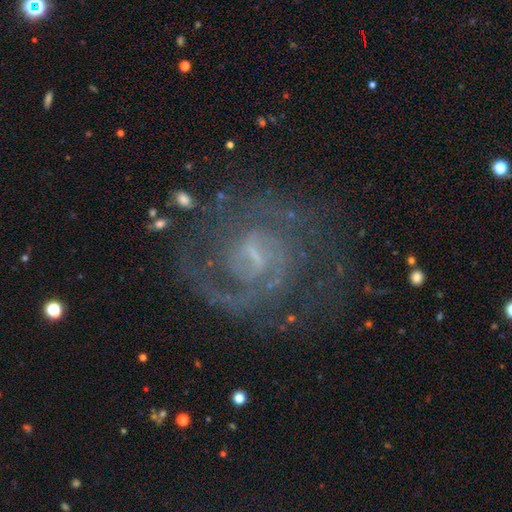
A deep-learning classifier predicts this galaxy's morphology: Smooth or featured? Predicted: featured or disk (p=0.86). Edge-on disk? Predicted: no (p=0.98). Bar? Predicted: weak (p=0.58). Spiral arms? Predicted: yes (p=0.95). Spiral winding? Predicted: tight (p=0.50). Spiral arm count? Predicted: 2 (p=0.59). Bulge size? Predicted: small (p=0.53). Merging? Predicted: none (p=0.72).